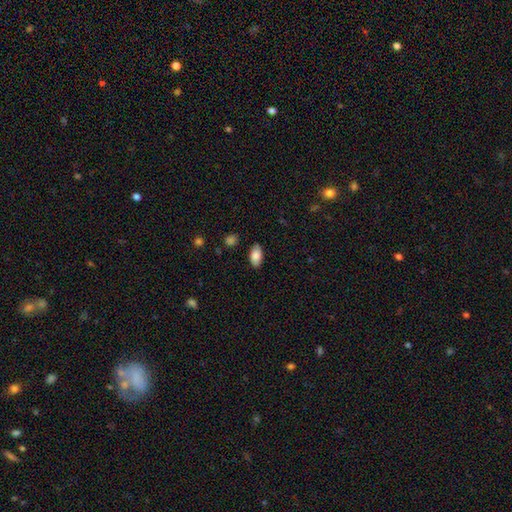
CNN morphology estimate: Smooth or featured? Predicted: smooth (p=0.84). How rounded? Predicted: in between (p=0.93). Merging? Predicted: none (p=0.86).